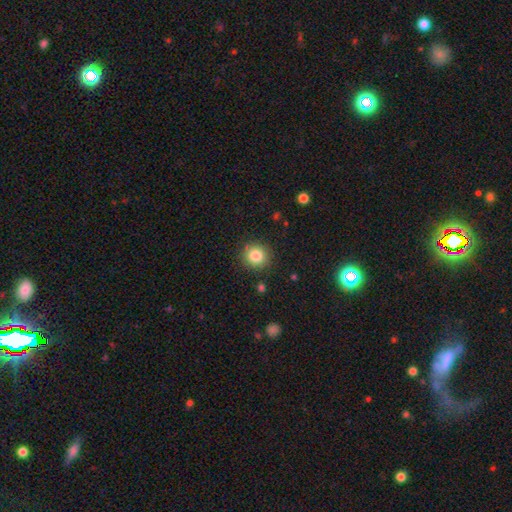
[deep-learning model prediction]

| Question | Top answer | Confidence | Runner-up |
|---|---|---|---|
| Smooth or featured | smooth | 84% | star or artifact (11%) |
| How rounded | round | 92% | in between (7%) |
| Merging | none | 89% | minor disturbance (7%) |